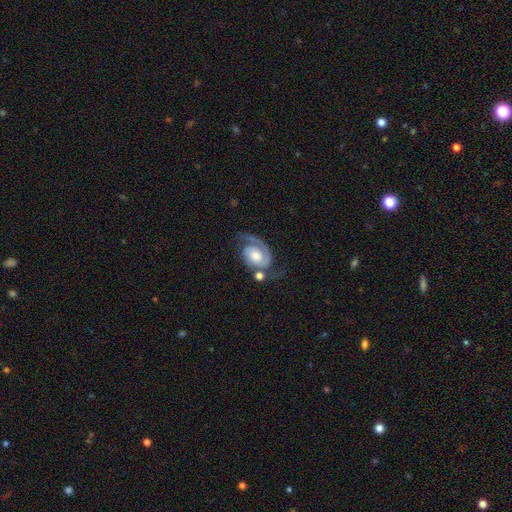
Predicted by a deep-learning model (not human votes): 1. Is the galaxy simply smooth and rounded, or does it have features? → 85% featured or disk, 9% smooth, 5% star or artifact.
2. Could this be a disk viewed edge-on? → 97% no, 3% yes.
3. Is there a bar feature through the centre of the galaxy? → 67% no, 26% weak, 6% strong.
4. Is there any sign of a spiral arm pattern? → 96% yes, 4% no.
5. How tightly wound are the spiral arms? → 45% tight, 40% medium, 15% loose.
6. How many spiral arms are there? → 63% 2, 30% 1, 4% can't tell, 2% 3, 1% 4, 1% more than 4.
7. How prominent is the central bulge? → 54% moderate, 20% small, 19% large, 4% none, 2% dominant.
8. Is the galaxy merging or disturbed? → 52% none, 20% minor disturbance, 18% major disturbance, 11% merger.